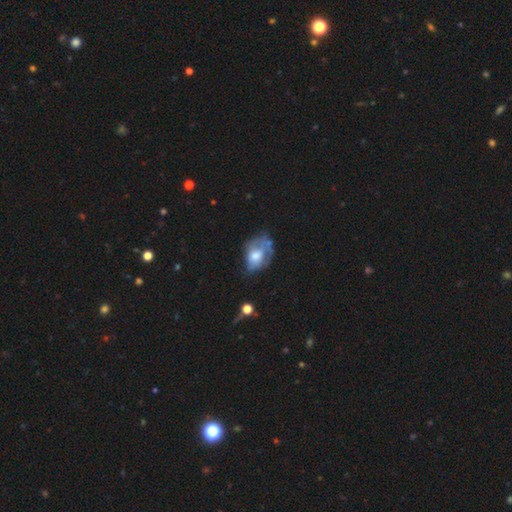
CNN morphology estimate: Overall: smooth (51%; featured or disk 40%). How rounded: in between (74%). Merging: none (32%; minor disturbance 31%).